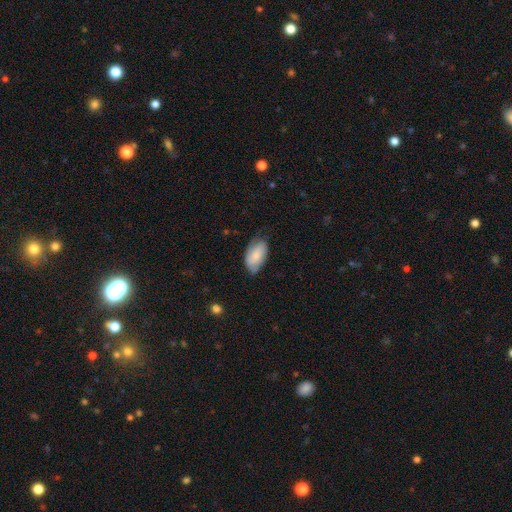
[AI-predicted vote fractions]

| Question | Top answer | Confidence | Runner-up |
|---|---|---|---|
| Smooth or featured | smooth | 69% | featured or disk (25%) |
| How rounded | in between | 94% | round (4%) |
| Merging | none | 59% | minor disturbance (32%) |